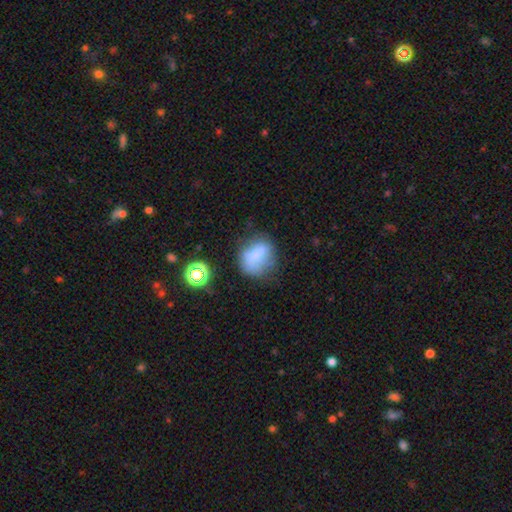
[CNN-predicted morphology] This appears to be a smooth galaxy with no disk features (68%) that is round (56%). Merging: none (50%).